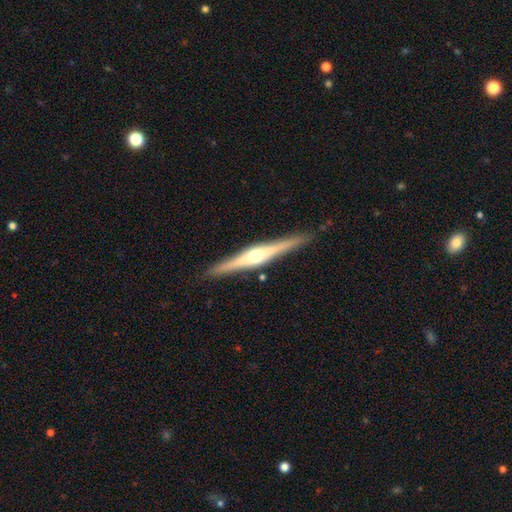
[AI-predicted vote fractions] smooth-or-featured: featured or disk: 80% | smooth: 15% | star or artifact: 5%
  disk-edge-on: yes: 98% | no: 2%
    edge-on-bulge: rounded: 89% | boxy: 8% | none: 3%
  merging: none: 90% | minor disturbance: 7% | major disturbance: 1% | merger: 1%